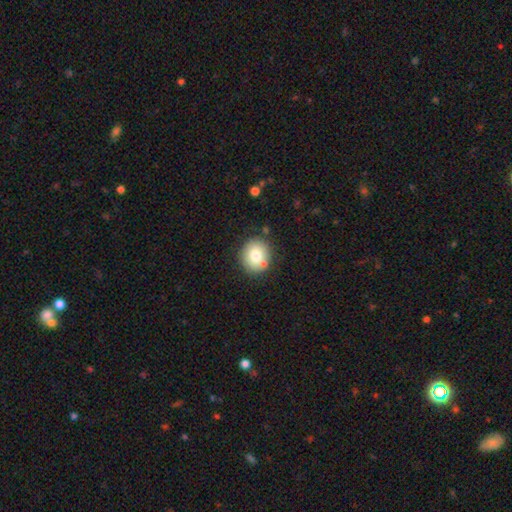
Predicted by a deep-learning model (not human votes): Q: Smooth or featured?
A: smooth (77%); runner-up: featured or disk (14%)
Q: How rounded?
A: round (77%); runner-up: in between (22%)
Q: Merging?
A: none (78%); runner-up: minor disturbance (11%)